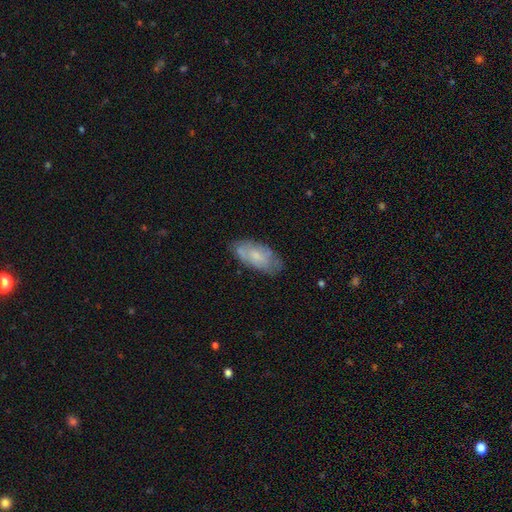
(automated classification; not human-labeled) Smooth or featured? smooth (50%)
How rounded? in between (90%)
Merging? none (67%)